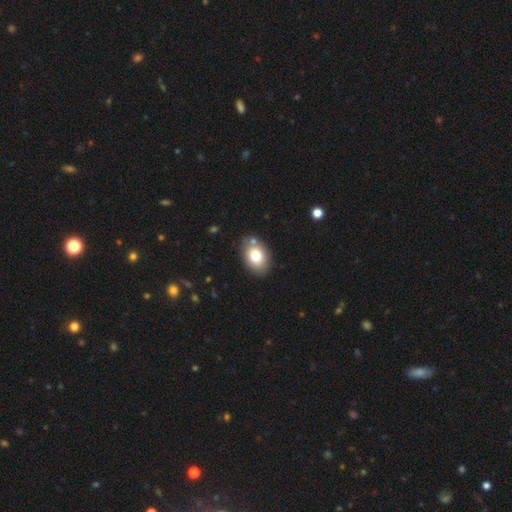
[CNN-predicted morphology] The model was most divided on "how rounded": in between: 75%, round: 23%, cigar-shaped: 1%. More confident: smooth or featured — smooth (78%); merging — none (77%).